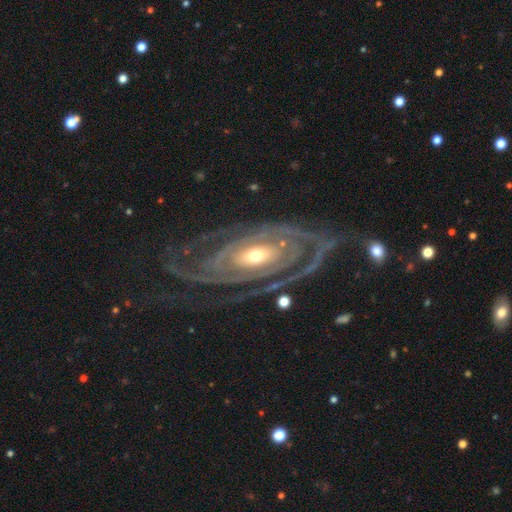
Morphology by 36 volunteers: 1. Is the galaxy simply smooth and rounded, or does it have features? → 89% featured or disk, 8% smooth, 3% star or artifact.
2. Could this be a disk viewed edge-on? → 97% no, 3% yes.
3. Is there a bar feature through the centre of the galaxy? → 77% no, 13% weak, 10% strong.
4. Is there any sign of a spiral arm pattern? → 100% yes, 0% no.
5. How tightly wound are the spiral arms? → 77% tight, 19% medium, 3% loose.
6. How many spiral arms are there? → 58% 2, 16% 1, 13% 3, 10% 4, 3% can't tell, 0% more than 4.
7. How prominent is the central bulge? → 52% moderate, 29% small, 19% large, 0% dominant, 0% none.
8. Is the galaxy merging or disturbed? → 49% none, 34% minor disturbance, 17% major disturbance, 0% merger.